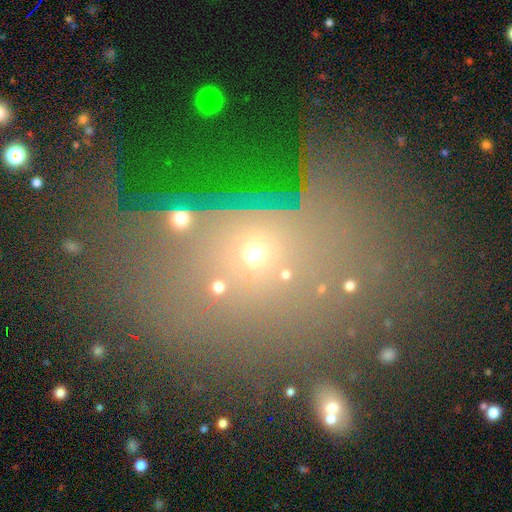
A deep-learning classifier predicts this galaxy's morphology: Smooth or featured: star or artifact — 46% (smooth — 35%)